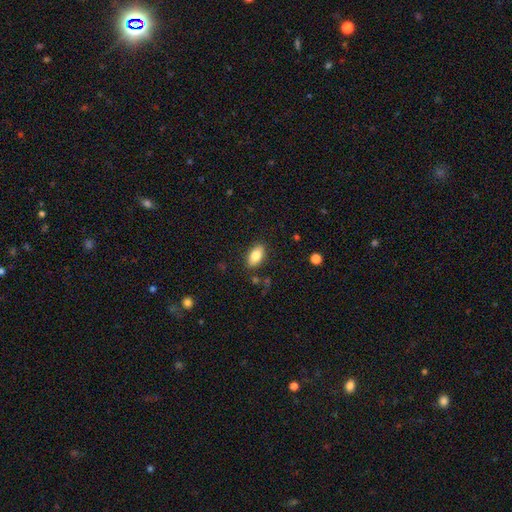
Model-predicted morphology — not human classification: This appears to be a smooth galaxy with no disk features (82%) that is in between round and cigar-shaped (92%). Merging: none (86%).